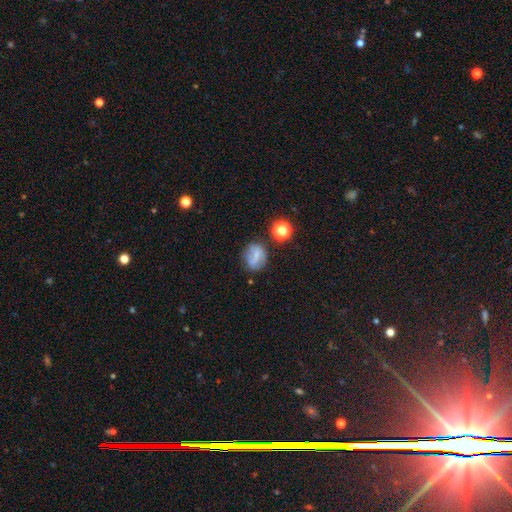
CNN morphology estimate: Smooth or featured? Predicted: smooth (p=0.55). How rounded? Predicted: round (p=0.63). Merging? Predicted: none (p=0.67).